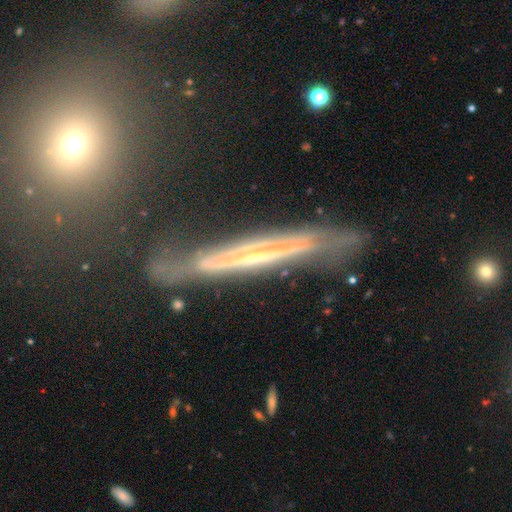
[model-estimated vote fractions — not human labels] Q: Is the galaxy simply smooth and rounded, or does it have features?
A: featured or disk — 78%.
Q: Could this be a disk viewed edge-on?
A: yes — 77%.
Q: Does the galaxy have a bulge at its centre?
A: none — 61%.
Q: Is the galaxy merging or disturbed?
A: none — 62%.